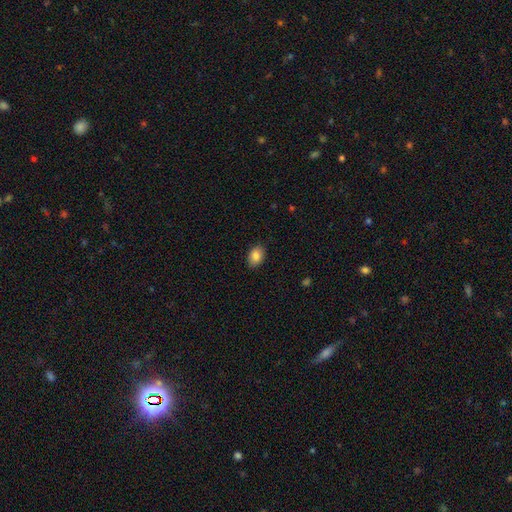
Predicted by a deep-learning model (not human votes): This appears to be a smooth galaxy with no disk features (87%) that is in between round and cigar-shaped (84%). Merging: none (88%).